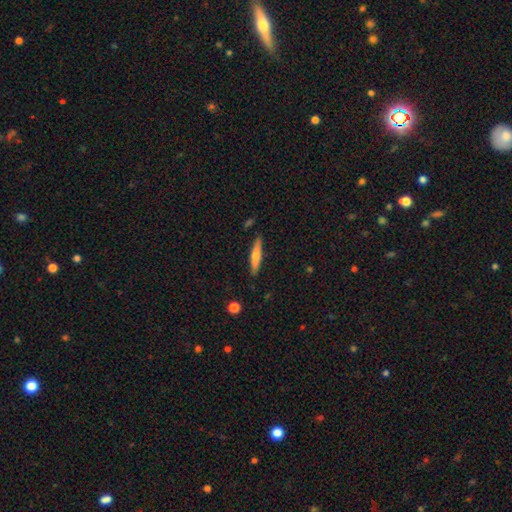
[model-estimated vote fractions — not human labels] Overall: smooth (62%; featured or disk 32%). How rounded: cigar-shaped (89%). Merging: none (87%).